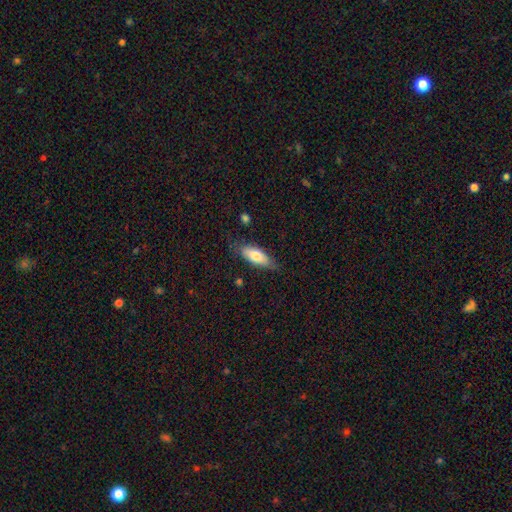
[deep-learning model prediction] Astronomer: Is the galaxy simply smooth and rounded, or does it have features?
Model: smooth — 72%.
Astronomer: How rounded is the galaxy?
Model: in between — 72%.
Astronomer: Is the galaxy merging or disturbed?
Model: none — 75%.